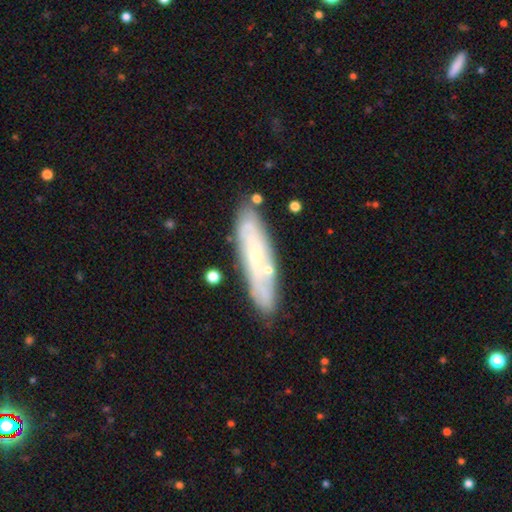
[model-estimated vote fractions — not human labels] The model was most divided on "edge-on disk": no: 65%, yes: 35%. More confident: merging — none (77%); smooth or featured — featured or disk (61%).